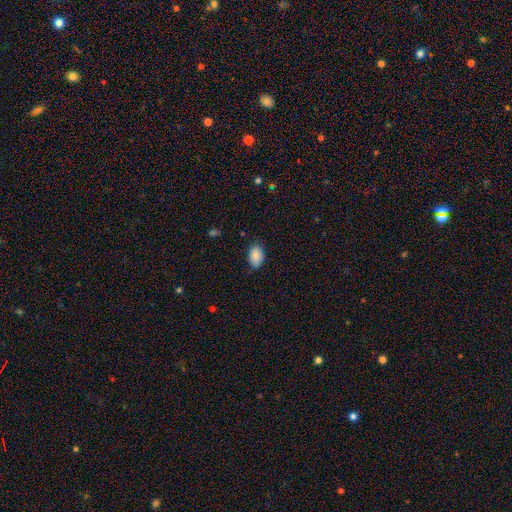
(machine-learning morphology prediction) smooth_or_featured: smooth (p=0.88) [alt: star or artifact p=0.07]
how_rounded: in between (p=0.86) [alt: round p=0.13]
merging: none (p=0.76) [alt: minor disturbance p=0.20]